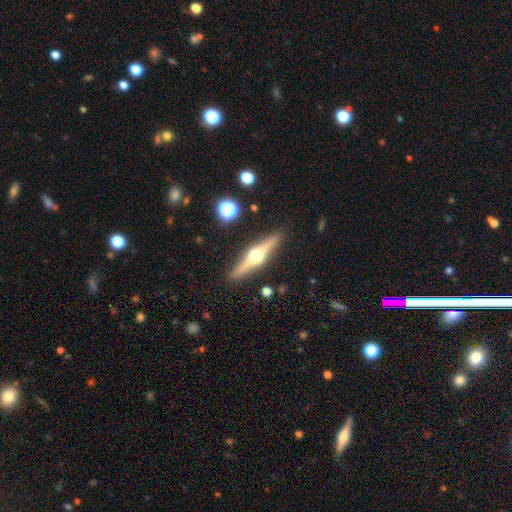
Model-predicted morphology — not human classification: This is likely a featured or disk galaxy (74%). It is clearly viewed edge-on (97%). Edge-on bulge: clearly rounded (96%). Merging: clearly none (91%).